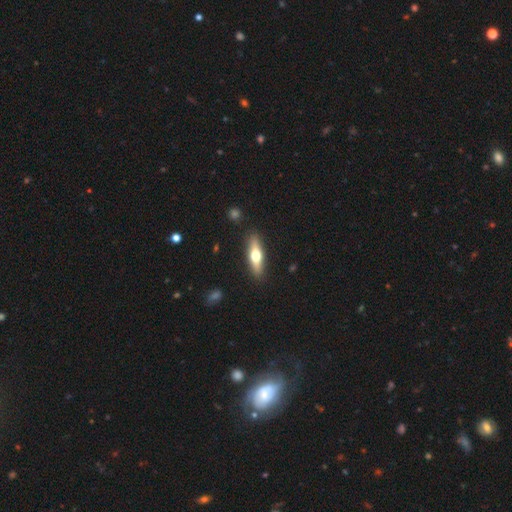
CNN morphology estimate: This is possibly a smooth galaxy (48%). Merging: clearly none (89%).